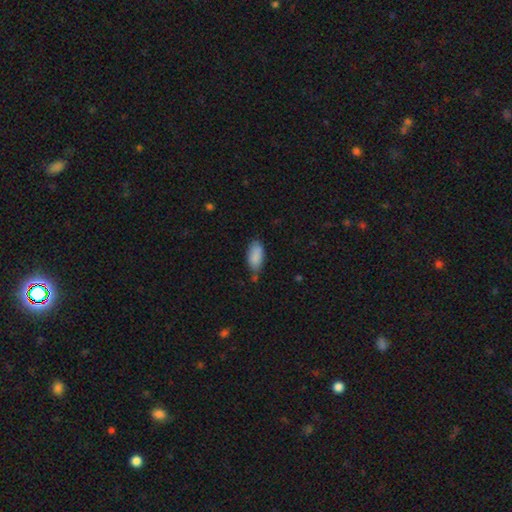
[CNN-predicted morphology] Smooth or featured? Predicted: smooth (p=0.88). How rounded? Predicted: in between (p=0.89). Merging? Predicted: none (p=0.66).